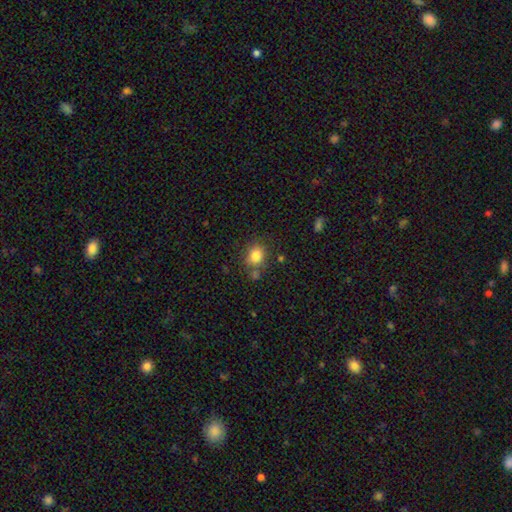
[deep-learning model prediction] Smooth or featured?
  - smooth: 83% *
  - star or artifact: 11%
  - featured or disk: 6%
How rounded?
  - round: 60% *
  - in between: 39%
  - cigar-shaped: 1%
Merging?
  - none: 72% *
  - minor disturbance: 14%
  - merger: 9%
  - major disturbance: 5%